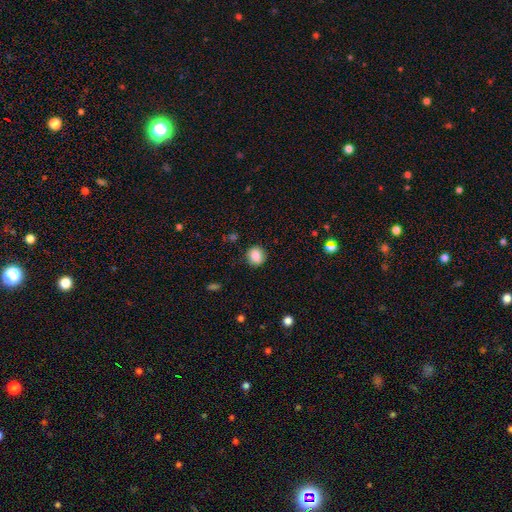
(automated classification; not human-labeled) smooth-or-featured: smooth: 85% | star or artifact: 9% | featured or disk: 6%
  how-rounded: round: 80% | in between: 19% | cigar-shaped: 1%
  merging: none: 86% | minor disturbance: 10% | major disturbance: 3% | merger: 1%